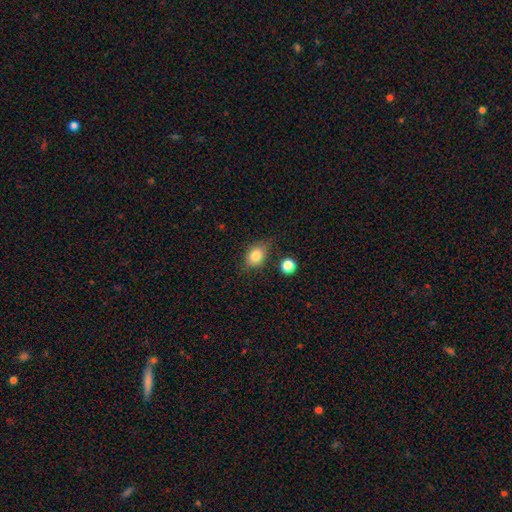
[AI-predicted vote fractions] Overall: smooth (81%). How rounded: in between (53%; round 46%). Merging: none (68%).